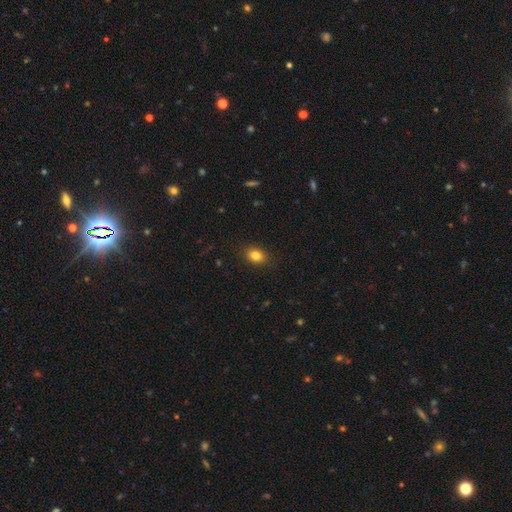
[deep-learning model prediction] Smooth or featured? smooth (83%)
How rounded? in between (66%)
Merging? none (87%)